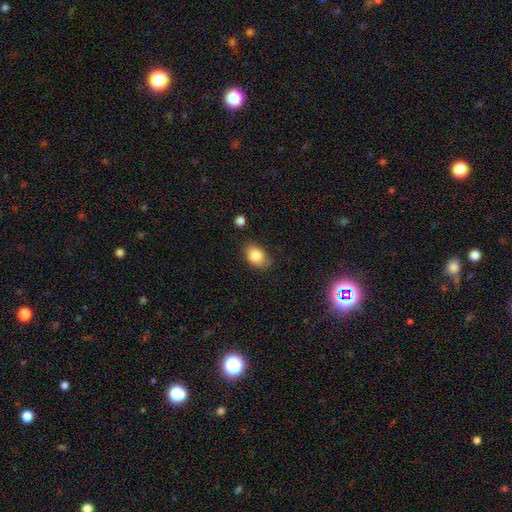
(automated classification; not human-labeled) Smooth or featured? Predicted: smooth (p=0.83). How rounded? Predicted: in between (p=0.78). Merging? Predicted: none (p=0.74).